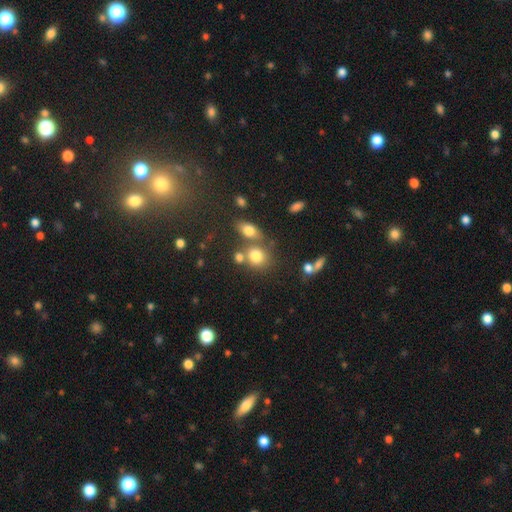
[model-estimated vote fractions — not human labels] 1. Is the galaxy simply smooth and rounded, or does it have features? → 76% smooth, 13% star or artifact, 10% featured or disk.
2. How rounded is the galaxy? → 67% round, 31% in between, 2% cigar-shaped.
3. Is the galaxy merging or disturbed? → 51% none, 31% merger, 12% minor disturbance, 6% major disturbance.